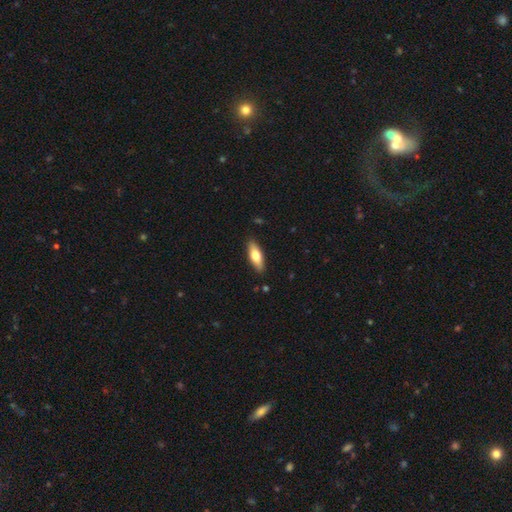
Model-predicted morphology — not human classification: Overall: smooth (67%). How rounded: in between (62%; cigar-shaped 35%). Merging: none (88%).